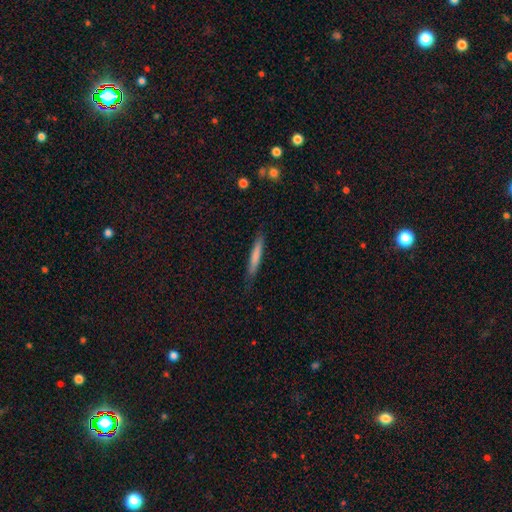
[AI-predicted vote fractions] smooth 72%, featured or disk 22%, star or artifact 6%. Down the decision tree: how rounded — cigar-shaped (95%); merging — none (81%).